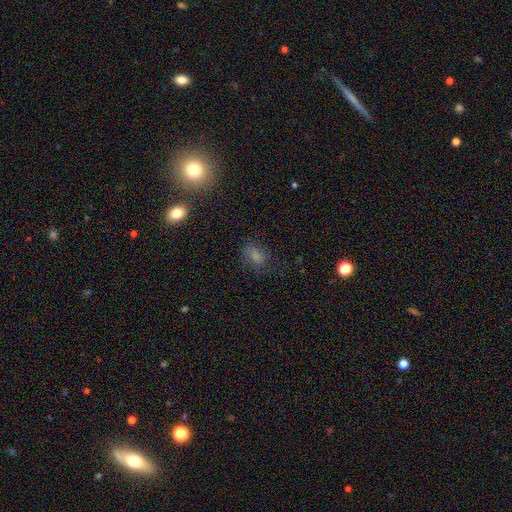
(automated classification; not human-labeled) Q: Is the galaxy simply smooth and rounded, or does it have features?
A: smooth — 65%.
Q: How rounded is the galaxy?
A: in between — 70%.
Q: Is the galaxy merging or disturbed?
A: none — 62%.